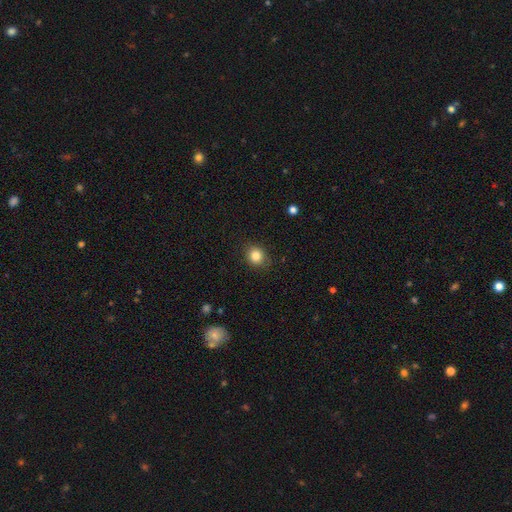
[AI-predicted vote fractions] Overall: smooth (84%). How rounded: round (77%). Merging: none (86%).